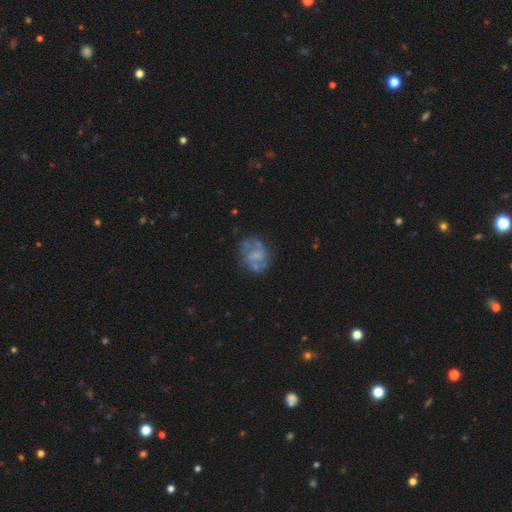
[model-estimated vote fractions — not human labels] Morphology: type=featured or disk (62%); edge-on=no (98%); bar=no (65%); spiral arms=yes (53%); bulge=none (44%); merging=none (56%).